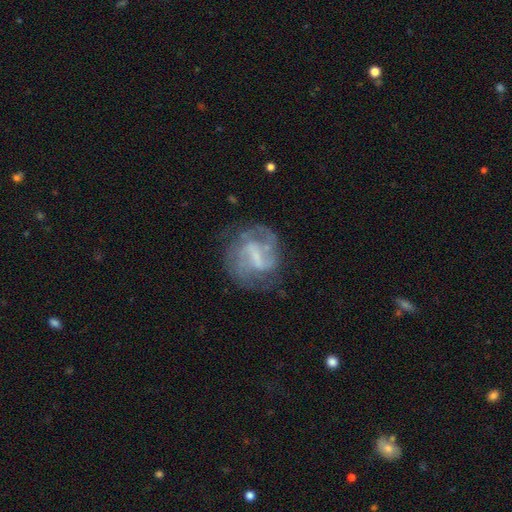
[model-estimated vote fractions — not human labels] Smooth or featured? Predicted: featured or disk (p=0.80). Edge-on disk? Predicted: no (p=0.97). Bar? Predicted: weak (p=0.47). Spiral arms? Predicted: yes (p=0.88). Spiral winding? Predicted: medium (p=0.46). Spiral arm count? Predicted: 2 (p=0.57). Bulge size? Predicted: small (p=0.41). Merging? Predicted: none (p=0.64).